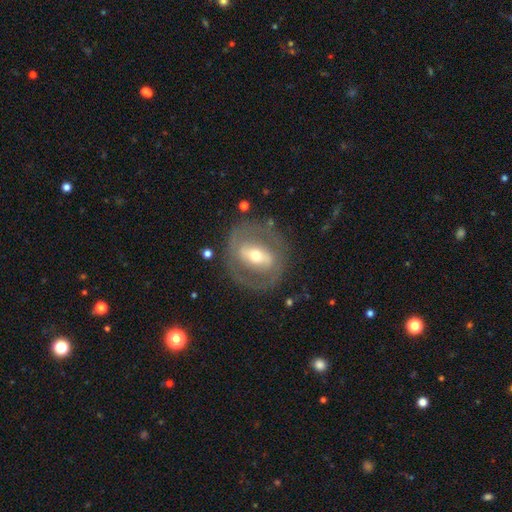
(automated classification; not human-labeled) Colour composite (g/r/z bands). It shows a featured or disk galaxy (74%) with a strong bar (47%), spiral arms (52%) and a moderate central bulge (57%). Merging: none (76%).